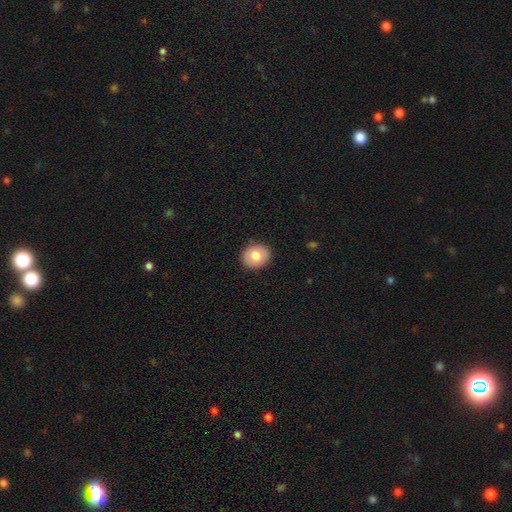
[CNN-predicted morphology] Q: Smooth or featured?
A: smooth (78%); runner-up: featured or disk (15%)
Q: How rounded?
A: round (74%); runner-up: in between (25%)
Q: Merging?
A: none (90%); runner-up: minor disturbance (7%)